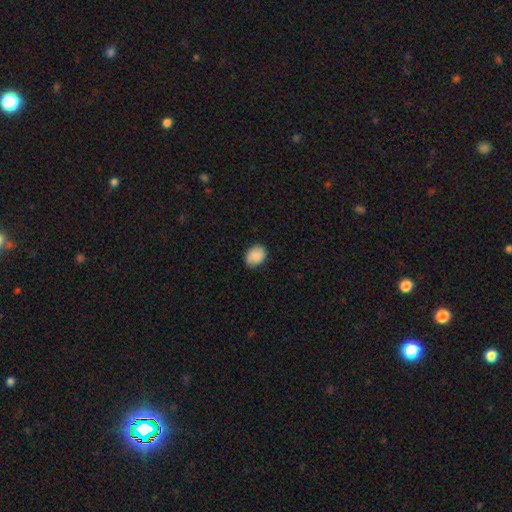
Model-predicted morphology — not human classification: smooth 88%, star or artifact 7%, featured or disk 5%. Down the decision tree: how rounded — in between (60%); merging — none (82%).